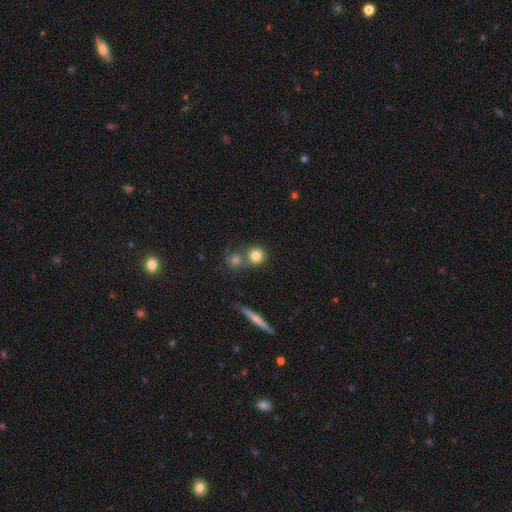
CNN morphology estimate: smooth-or-featured: smooth: 80% | star or artifact: 10% | featured or disk: 10%
  how-rounded: round: 87% | in between: 10% | cigar-shaped: 2%
  merging: none: 61% | merger: 27% | minor disturbance: 9% | major disturbance: 4%